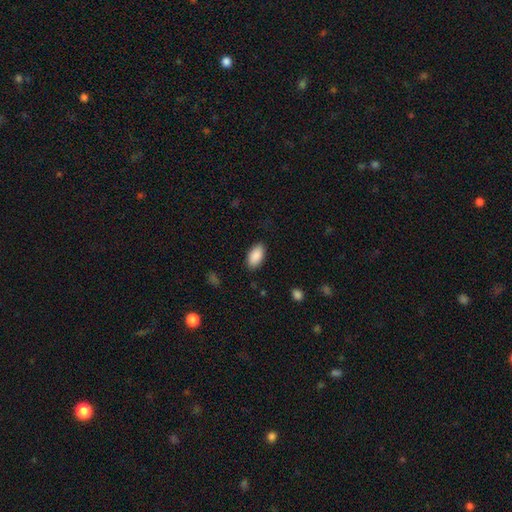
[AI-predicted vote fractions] Smooth or featured? smooth (90%)
How rounded? in between (95%)
Merging? none (87%)